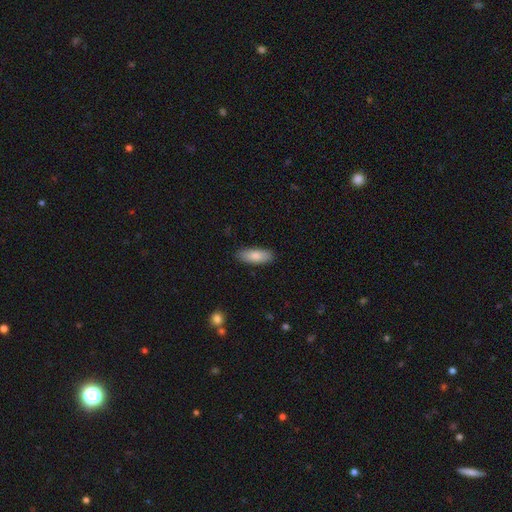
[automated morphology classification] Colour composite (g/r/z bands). It shows a smooth galaxy with no disk features (81%) that is in between round and cigar-shaped (73%). Merging: none (88%).